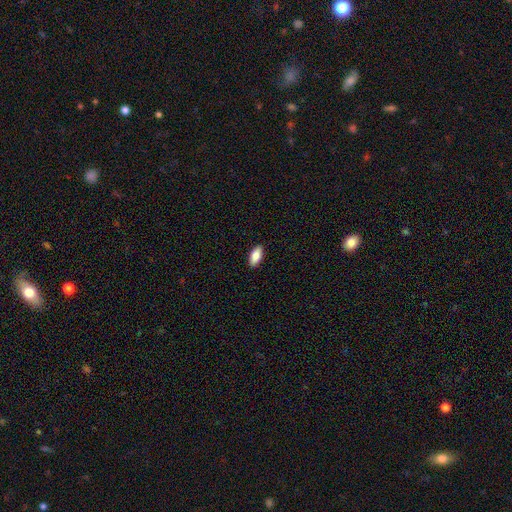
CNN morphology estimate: Overall: smooth (83%). How rounded: in between (88%). Merging: none (90%).